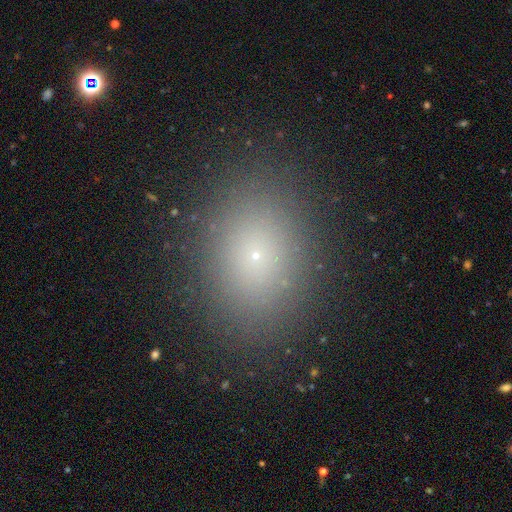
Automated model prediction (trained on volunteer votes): The model was most divided on "how rounded": in between: 62%, round: 36%, cigar-shaped: 1%. More confident: merging — none (87%); smooth or featured — smooth (68%).